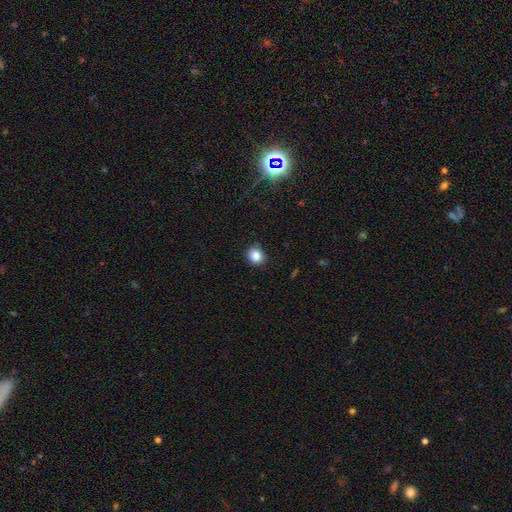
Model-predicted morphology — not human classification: A smooth galaxy with no disk features (84%) that is round (78%).

Vote fractions:
- Smooth or featured? smooth: 84% / star or artifact: 11% / featured or disk: 5%
- How rounded? round: 78% / in between: 21% / cigar-shaped: 1%
- Merging? none: 87% / minor disturbance: 10% / major disturbance: 2% / merger: 1%